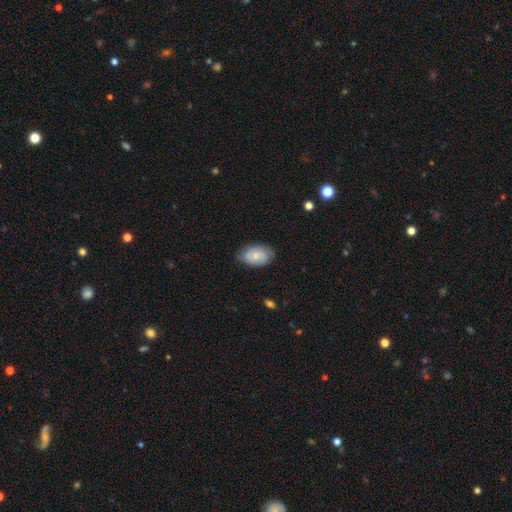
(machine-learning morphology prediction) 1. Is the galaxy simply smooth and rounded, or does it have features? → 51% smooth, 42% featured or disk, 7% star or artifact.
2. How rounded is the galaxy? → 87% in between, 12% round, 1% cigar-shaped.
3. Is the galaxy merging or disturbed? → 77% none, 18% minor disturbance, 4% major disturbance, 1% merger.